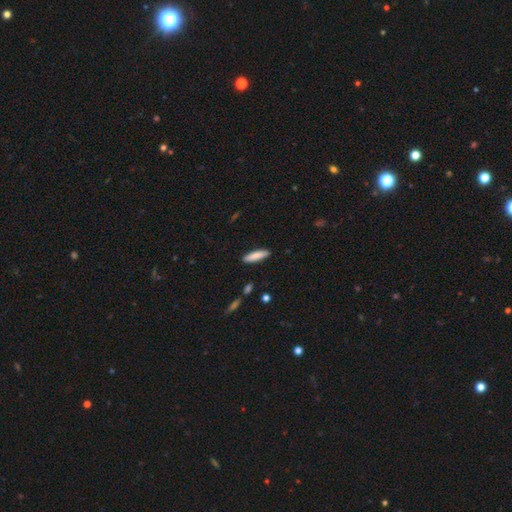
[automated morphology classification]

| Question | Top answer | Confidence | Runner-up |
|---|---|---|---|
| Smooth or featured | smooth | 86% | featured or disk (8%) |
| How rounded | cigar-shaped | 70% | in between (29%) |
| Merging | none | 89% | minor disturbance (8%) |